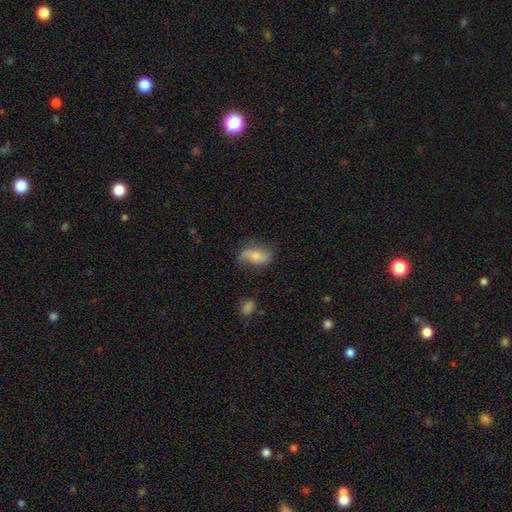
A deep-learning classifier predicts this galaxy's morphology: A smooth galaxy with no disk features (60%) that is in between round and cigar-shaped (88%). Merging: none (51%).